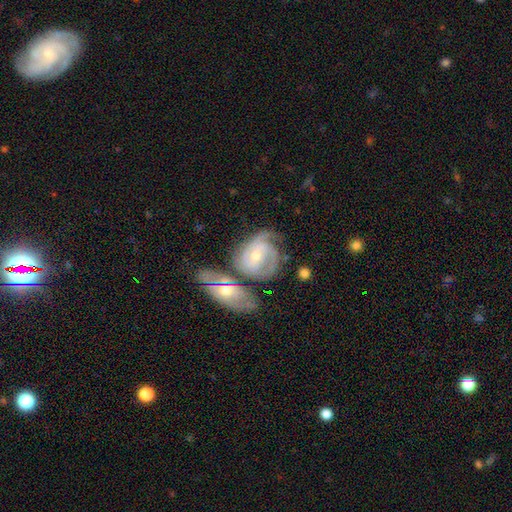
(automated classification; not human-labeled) Q: Smooth or featured?
A: featured or disk (82%); runner-up: smooth (12%)
Q: Edge-on disk?
A: no (96%); runner-up: yes (4%)
Q: Bar?
A: no (61%); runner-up: weak (31%)
Q: Spiral arms?
A: yes (95%); runner-up: no (5%)
Q: Spiral winding?
A: tight (60%); runner-up: medium (32%)
Q: Spiral arm count?
A: 3 (37%); runner-up: 2 (24%)
Q: Bulge size?
A: moderate (52%); runner-up: small (44%)
Q: Merging?
A: none (46%); runner-up: merger (23%)